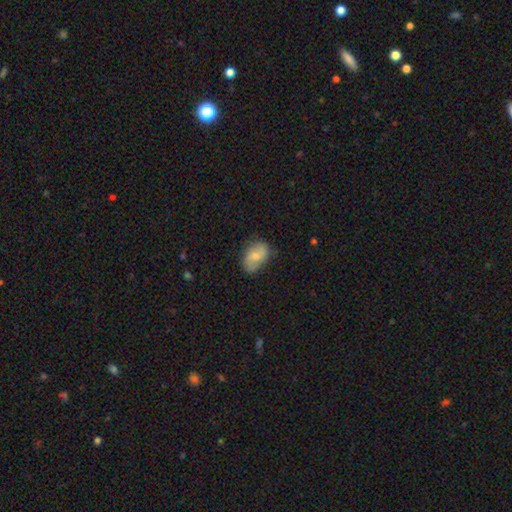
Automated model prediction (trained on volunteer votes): Smooth or featured?
  - smooth: 62% *
  - featured or disk: 31%
  - star or artifact: 7%
How rounded?
  - in between: 84% *
  - round: 14%
  - cigar-shaped: 1%
Merging?
  - none: 70% *
  - minor disturbance: 23%
  - major disturbance: 6%
  - merger: 1%